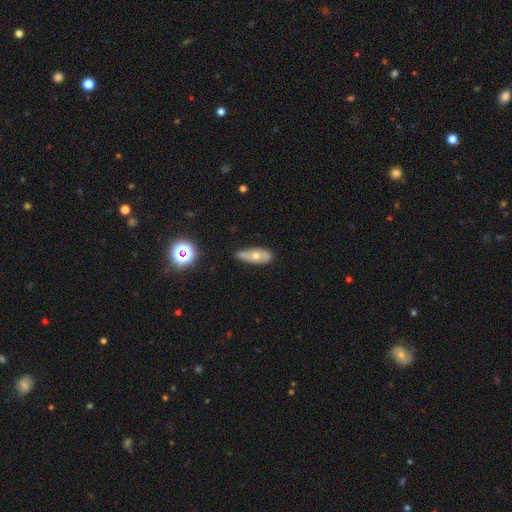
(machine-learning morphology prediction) smooth-or-featured: smooth: 49% | featured or disk: 41% | star or artifact: 10%
  merging: none: 59% | minor disturbance: 31% | major disturbance: 7% | merger: 4%